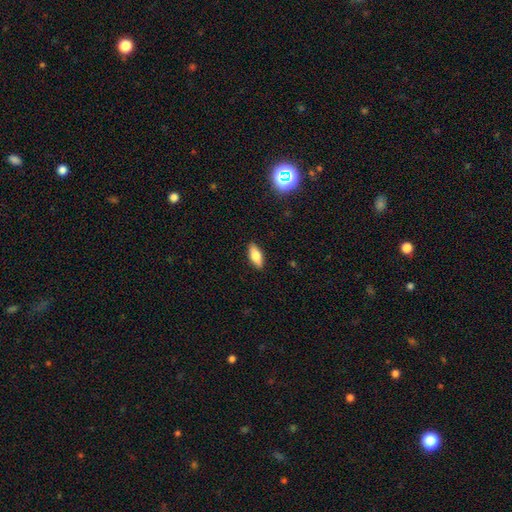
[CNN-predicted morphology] smooth_or_featured: smooth (p=0.75) [alt: featured or disk p=0.18]
how_rounded: in between (p=0.75) [alt: cigar-shaped p=0.22]
merging: none (p=0.89) [alt: minor disturbance p=0.08]